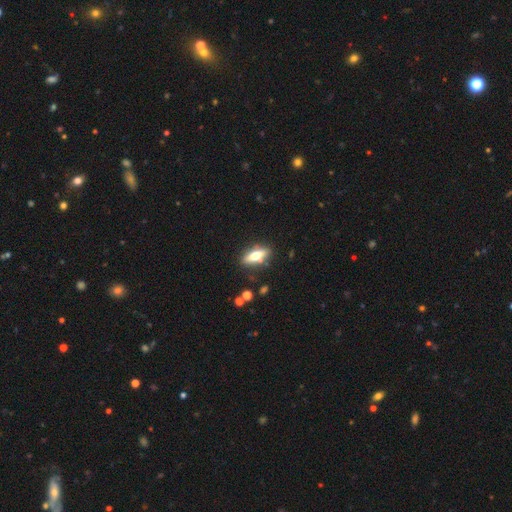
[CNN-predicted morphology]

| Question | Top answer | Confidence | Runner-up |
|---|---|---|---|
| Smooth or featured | smooth | 50% | featured or disk (43%) |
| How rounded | in between | 59% | cigar-shaped (37%) |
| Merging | none | 84% | minor disturbance (10%) |